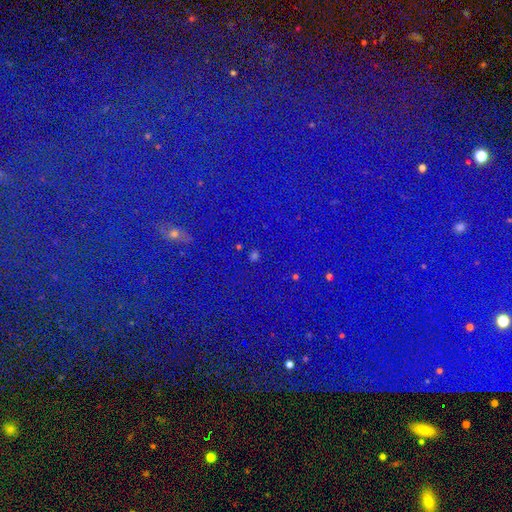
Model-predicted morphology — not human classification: This is clearly a star or artifact rather than a galaxy (80%).